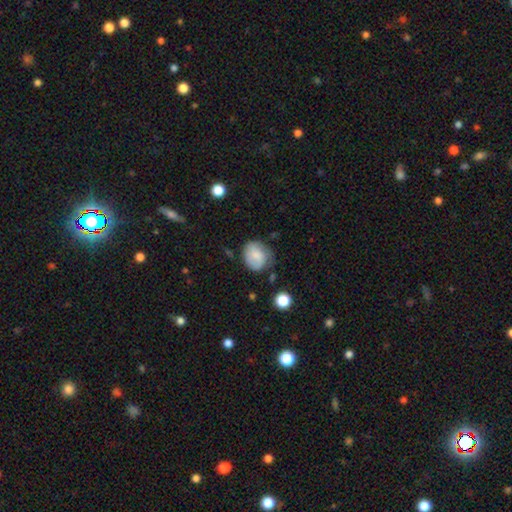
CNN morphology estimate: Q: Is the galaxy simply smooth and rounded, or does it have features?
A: smooth — 70%.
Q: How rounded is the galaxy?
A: round — 59%.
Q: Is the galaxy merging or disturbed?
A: none — 58%.